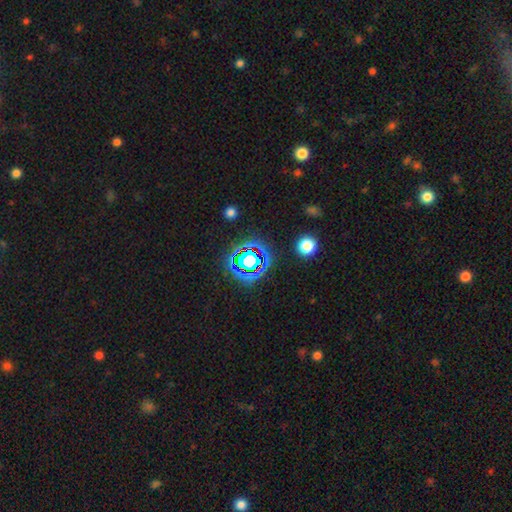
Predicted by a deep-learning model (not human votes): This is likely a star or artifact rather than a galaxy (68%).